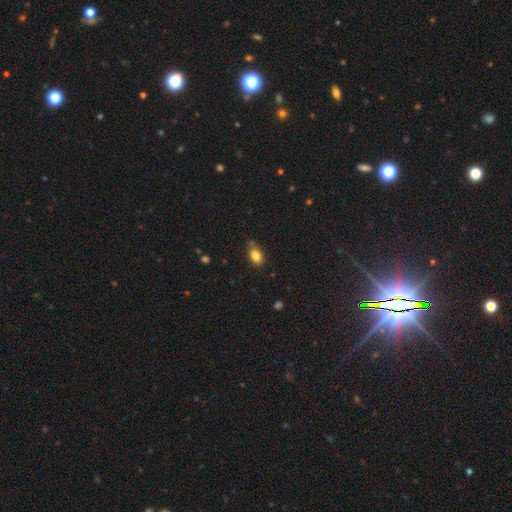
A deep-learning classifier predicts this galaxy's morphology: A smooth galaxy with no disk features (83%) that is in between round and cigar-shaped (83%).

Vote fractions:
- Smooth or featured? smooth: 83% / star or artifact: 9% / featured or disk: 7%
- How rounded? in between: 83% / round: 15% / cigar-shaped: 2%
- Merging? none: 70% / minor disturbance: 21% / merger: 5% / major disturbance: 4%